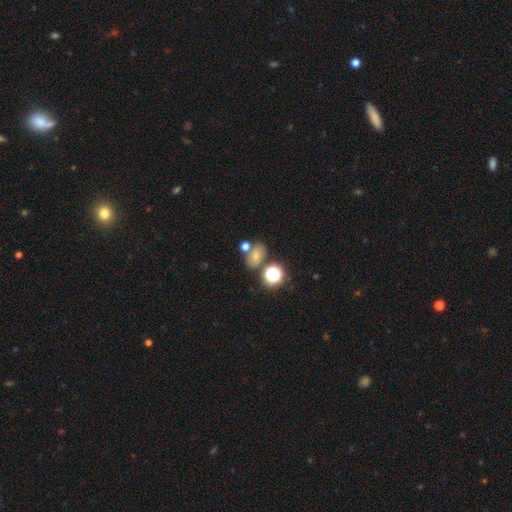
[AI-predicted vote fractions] smooth 67%, star or artifact 20%, featured or disk 13%. Down the decision tree: how rounded — in between (70%); merging — none (57%).